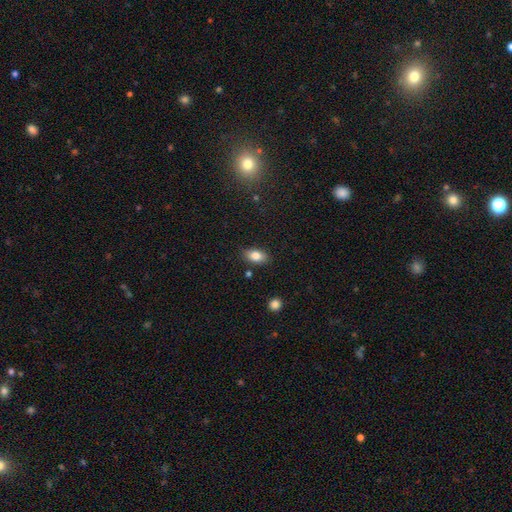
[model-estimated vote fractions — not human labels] Morphology: type=smooth (82%); roundness=in between (88%); merging=none (84%).